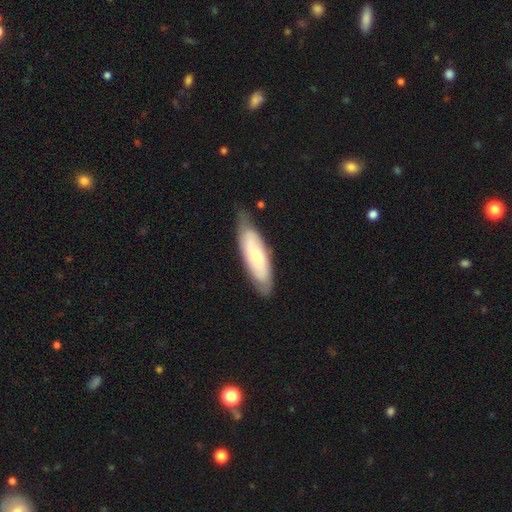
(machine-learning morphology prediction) smooth_or_featured: featured or disk (p=0.47) [tied with: smooth p=0.47]
merging: none (p=0.71) [alt: minor disturbance p=0.23]